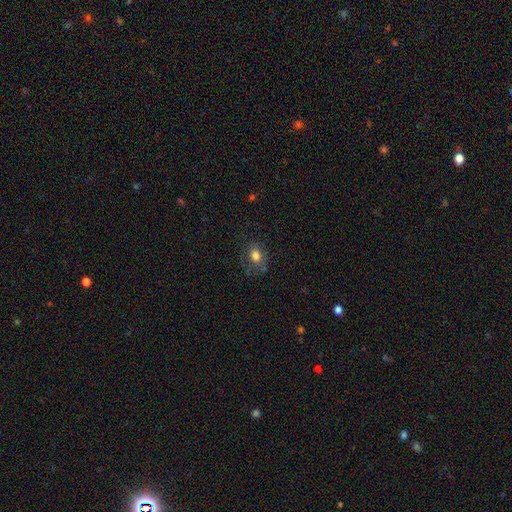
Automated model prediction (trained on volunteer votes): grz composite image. It shows a smooth galaxy with no disk features (75%) that is in between round and cigar-shaped (61%). Merging: none (66%).